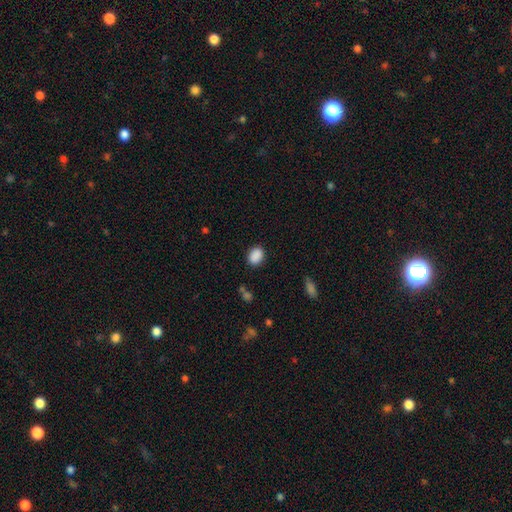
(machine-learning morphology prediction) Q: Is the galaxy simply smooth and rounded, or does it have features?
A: smooth — 89%.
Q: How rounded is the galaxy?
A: in between — 68%.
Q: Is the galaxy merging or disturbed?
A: none — 85%.